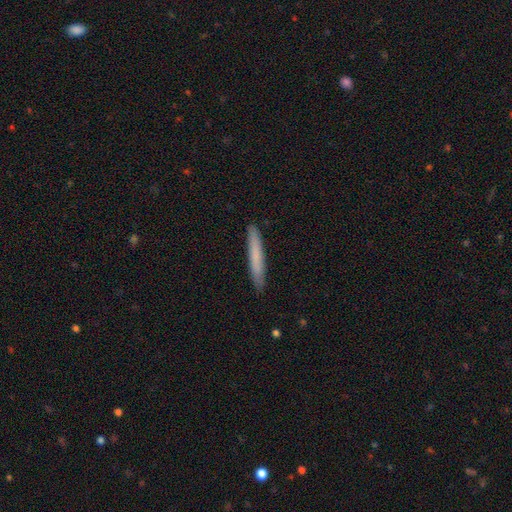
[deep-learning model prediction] This appears to be a smooth galaxy with no disk features (72%) that is cigar-shaped (96%). Merging: none (90%).